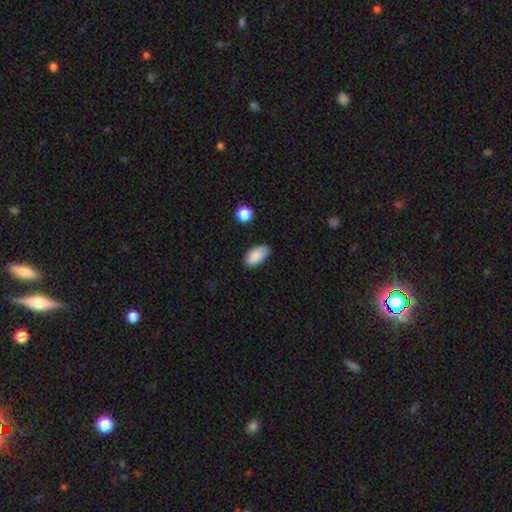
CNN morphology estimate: Smooth or featured: smooth — 88% (star or artifact — 7%)
How rounded: in between — 94% (round — 4%)
Merging: none — 78% (minor disturbance — 17%)